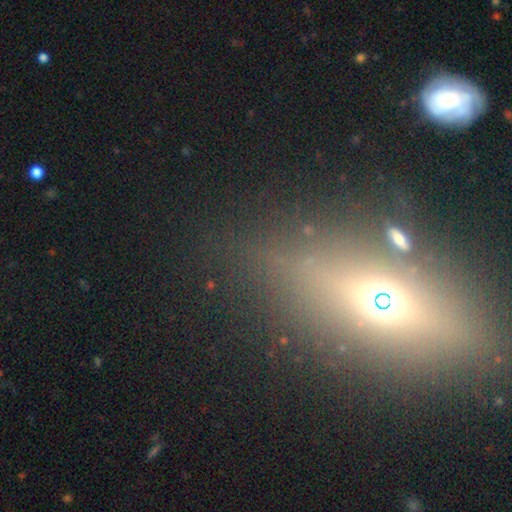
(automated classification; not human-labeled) Smooth or featured?
  - featured or disk: 39% *
  - smooth: 34%
  - star or artifact: 26%
Merging?
  - none: 75% *
  - minor disturbance: 12%
  - major disturbance: 8%
  - merger: 5%